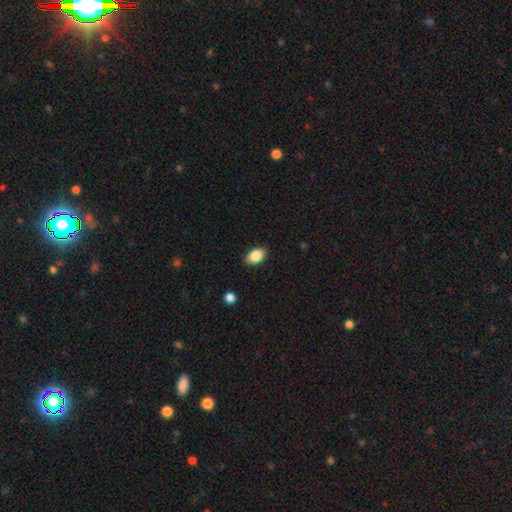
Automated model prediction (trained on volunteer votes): Smooth or featured? smooth (87%)
How rounded? in between (90%)
Merging? none (88%)